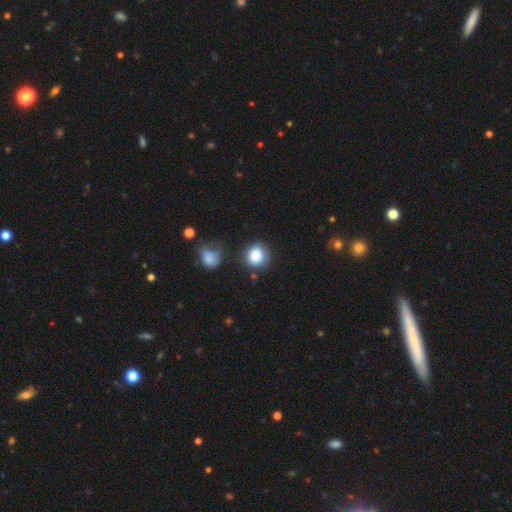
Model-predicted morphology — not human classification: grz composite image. It shows a smooth galaxy with no disk features (84%) that is round (79%). Merging: none (62%).